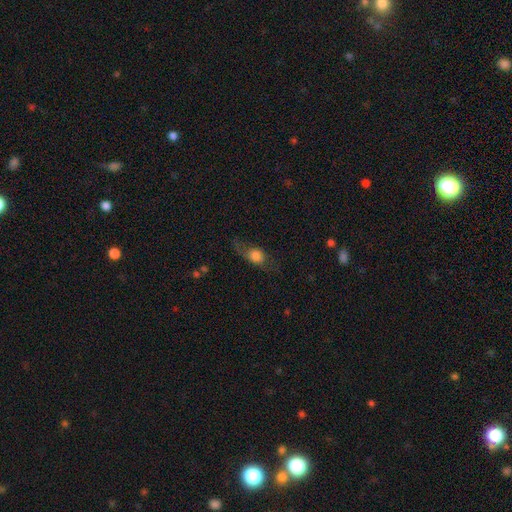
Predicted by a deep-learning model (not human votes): Morphology: type=smooth (59%); roundness=in between (51%); merging=none (46%).